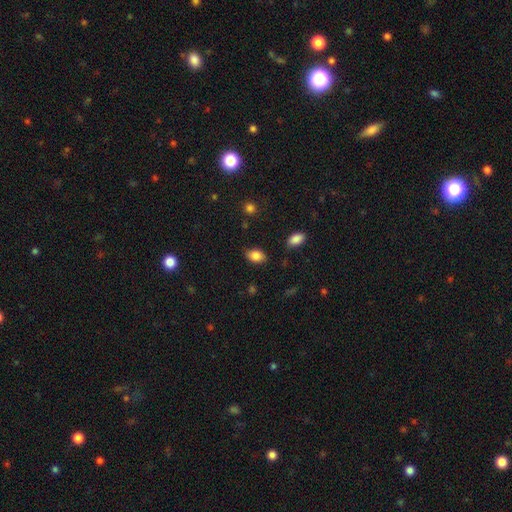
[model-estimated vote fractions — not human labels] A smooth galaxy with no disk features (85%) that is in between round and cigar-shaped (85%). Merging: none (82%).